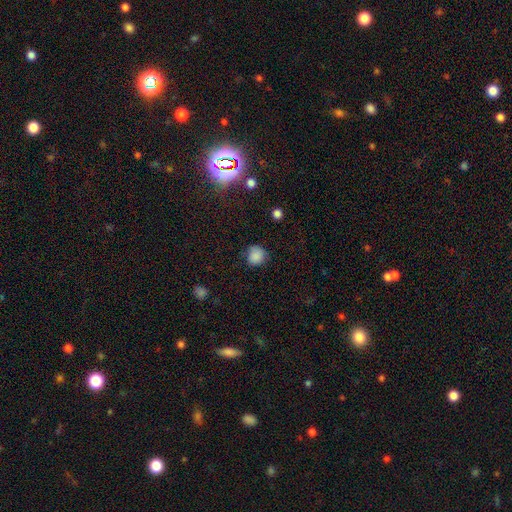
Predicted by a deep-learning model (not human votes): This is clearly a smooth galaxy (84%). How rounded: clearly round (86%). Merging: likely none (67%).